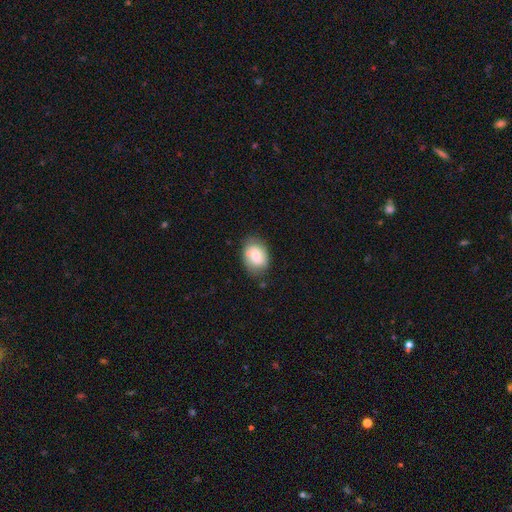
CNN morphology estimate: type=smooth (65%); roundness=in between (71%); merging=none (69%).